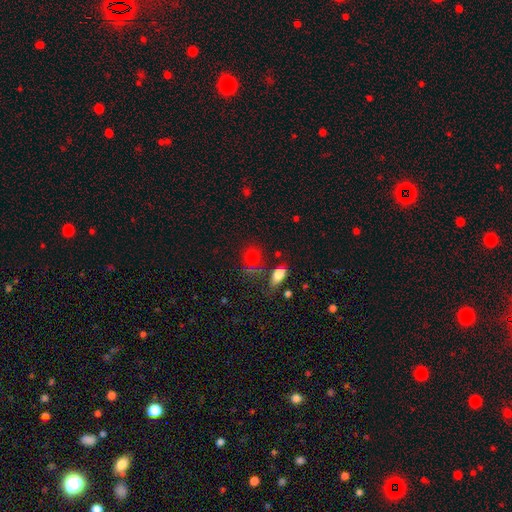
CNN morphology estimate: This is likely a smooth galaxy (76%). How rounded: likely round (71%). Merging: likely none (62%).